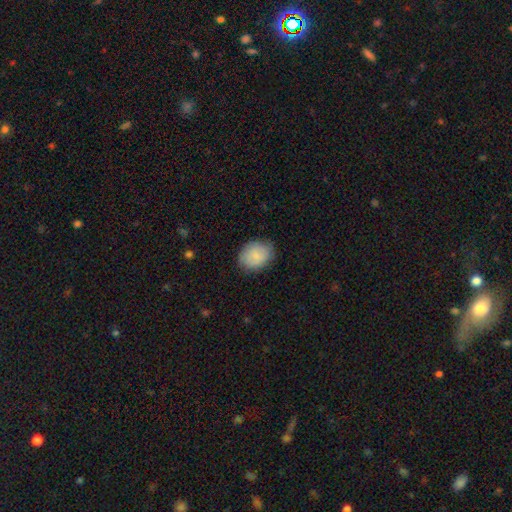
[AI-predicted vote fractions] smooth_or_featured: smooth (p=0.86) [alt: featured or disk p=0.07]
how_rounded: in between (p=0.56) [alt: round p=0.43]
merging: none (p=0.81) [alt: minor disturbance p=0.15]